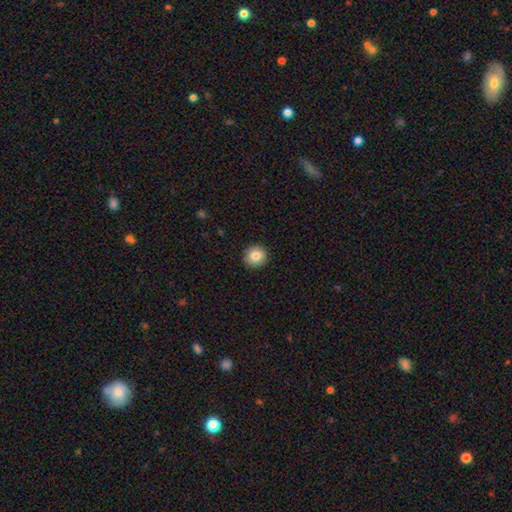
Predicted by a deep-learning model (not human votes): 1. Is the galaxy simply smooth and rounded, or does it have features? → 84% smooth, 9% star or artifact, 7% featured or disk.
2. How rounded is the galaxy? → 92% round, 7% in between, 1% cigar-shaped.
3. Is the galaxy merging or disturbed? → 92% none, 6% minor disturbance, 2% major disturbance, 1% merger.